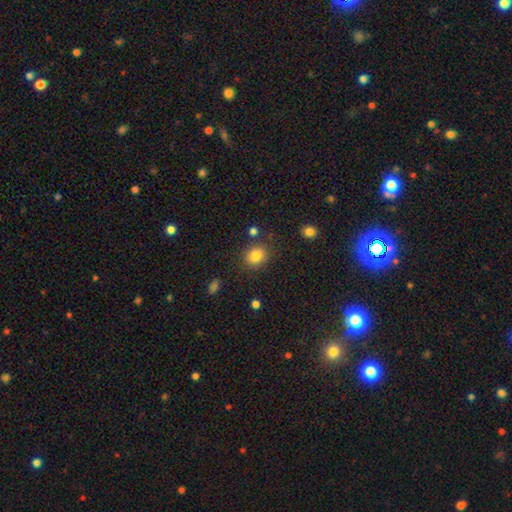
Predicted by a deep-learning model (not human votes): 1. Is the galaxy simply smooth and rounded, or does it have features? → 84% smooth, 10% star or artifact, 6% featured or disk.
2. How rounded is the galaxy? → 71% round, 28% in between, 1% cigar-shaped.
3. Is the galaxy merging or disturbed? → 82% none, 10% minor disturbance, 4% merger, 3% major disturbance.